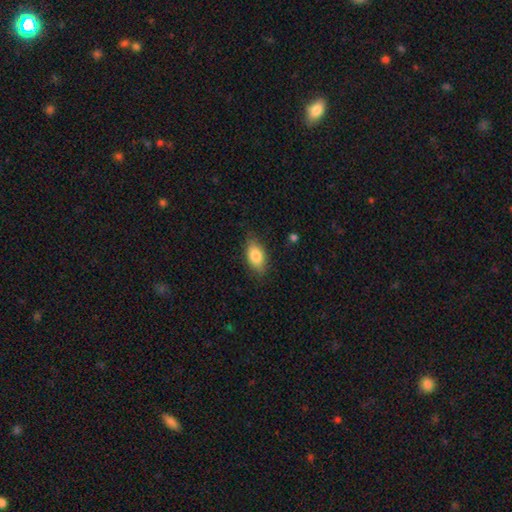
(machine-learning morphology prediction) A smooth galaxy with no disk features (82%) that is in between round and cigar-shaped (89%). Merging: none (83%).